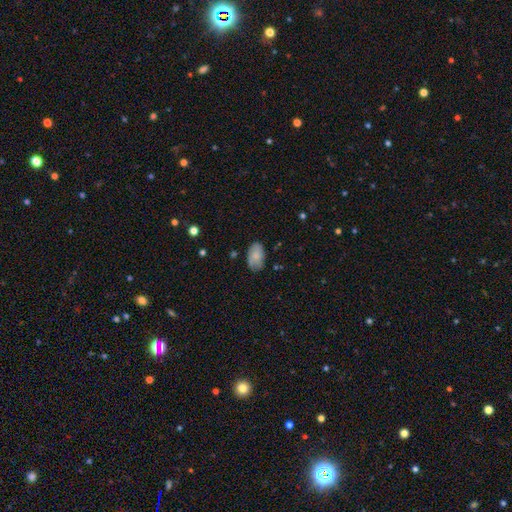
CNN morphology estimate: Smooth or featured? smooth (76%)
How rounded? in between (93%)
Merging? none (77%)